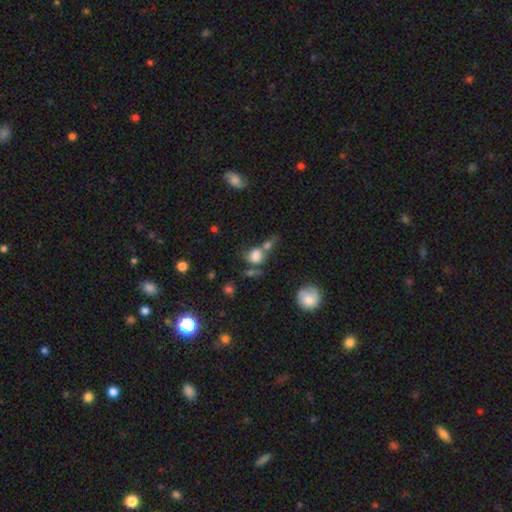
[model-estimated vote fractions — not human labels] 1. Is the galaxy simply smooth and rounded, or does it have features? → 76% smooth, 13% star or artifact, 10% featured or disk.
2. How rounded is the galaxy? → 64% round, 34% in between, 2% cigar-shaped.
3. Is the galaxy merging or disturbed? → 39% merger, 37% none, 14% minor disturbance, 10% major disturbance.